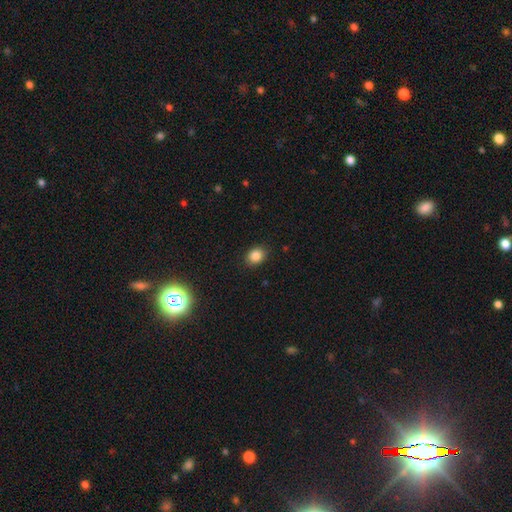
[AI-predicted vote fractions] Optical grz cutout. It shows a smooth galaxy with no disk features (85%) that is round (50%). Merging: none (87%).